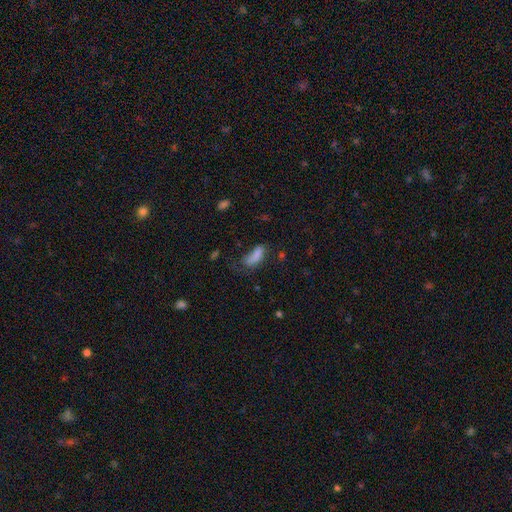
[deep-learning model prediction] smooth-or-featured: smooth: 77% | featured or disk: 12% | star or artifact: 10%
  how-rounded: in between: 77% | cigar-shaped: 20% | round: 3%
  merging: none: 34% | major disturbance: 33% | minor disturbance: 27% | merger: 6%